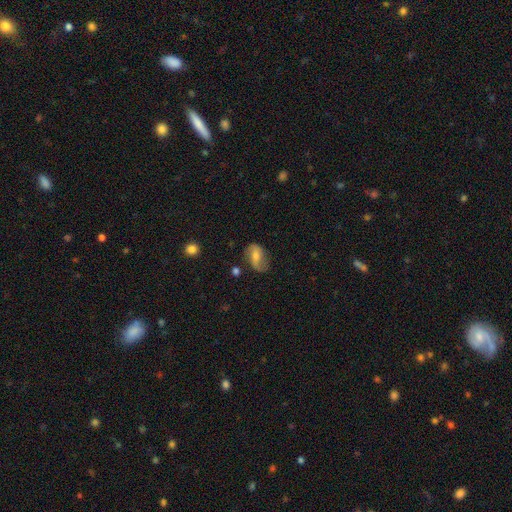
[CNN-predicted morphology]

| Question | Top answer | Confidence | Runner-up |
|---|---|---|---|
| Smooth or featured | featured or disk | 59% | smooth (31%) |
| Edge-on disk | no | 95% | yes (5%) |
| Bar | weak | 43% | no (34%) |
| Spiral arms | yes | 85% | no (15%) |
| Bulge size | moderate | 49% | small (40%) |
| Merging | none | 69% | minor disturbance (21%) |